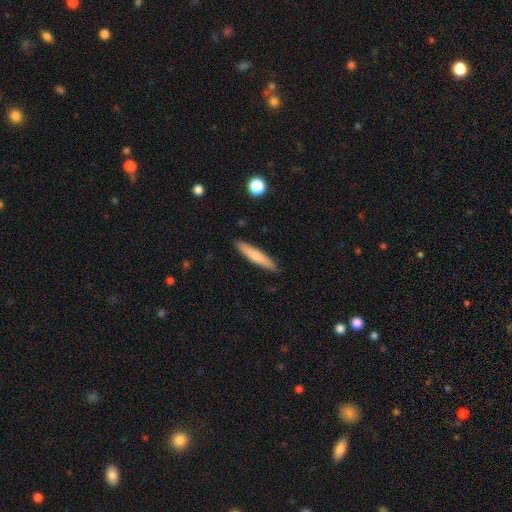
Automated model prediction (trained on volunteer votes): A smooth galaxy with no disk features (70%) that is cigar-shaped (90%). Merging: none (89%).